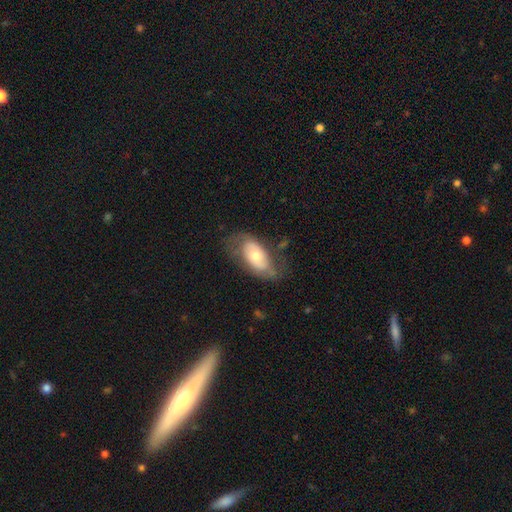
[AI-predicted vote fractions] This appears to be a featured or disk galaxy (50%). Merging: none (60%).